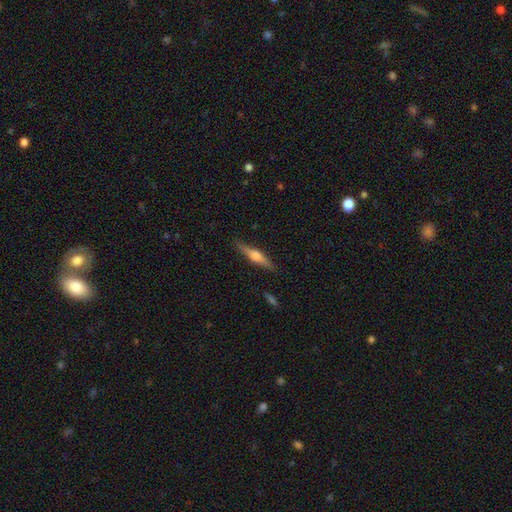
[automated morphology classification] A featured or disk galaxy (60%) viewed edge-on (97%) with a rounded central bulge (85%). Merging: none (87%).